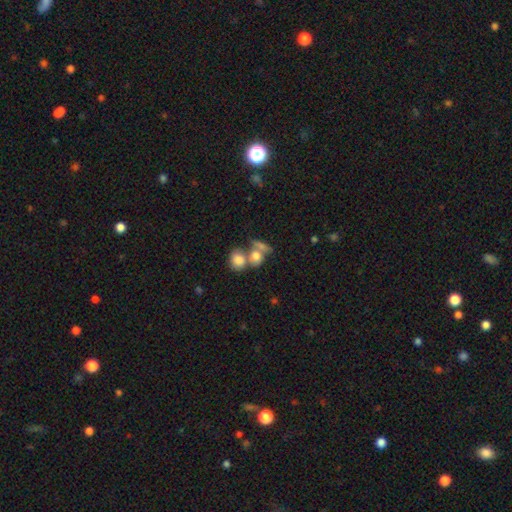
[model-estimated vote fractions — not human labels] Overall: smooth (72%). How rounded: round (57%; in between 38%). Merging: merger (49%; none 35%).